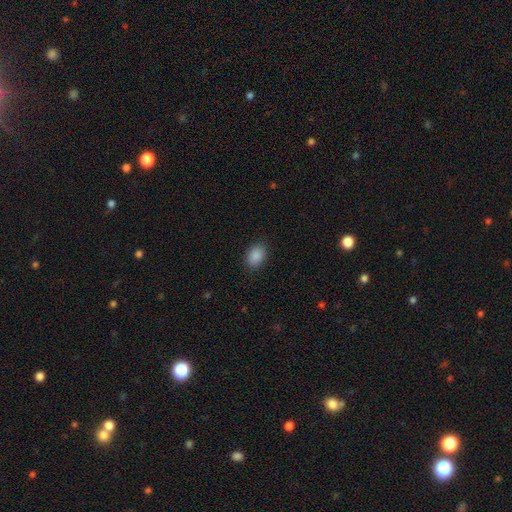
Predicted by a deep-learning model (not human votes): This is clearly a smooth galaxy (89%). How rounded: likely in between (80%). Merging: clearly none (87%).